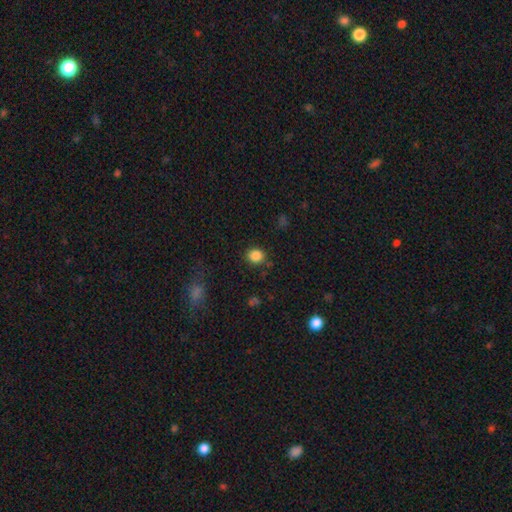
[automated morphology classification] smooth_or_featured: smooth (p=0.86) [alt: star or artifact p=0.11]
how_rounded: round (p=0.80) [alt: in between p=0.19]
merging: none (p=0.84) [alt: minor disturbance p=0.10]